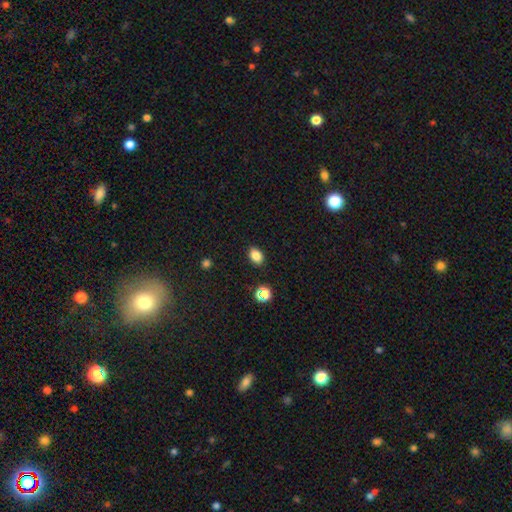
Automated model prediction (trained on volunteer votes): This is clearly a smooth galaxy (83%). How rounded: likely in between (78%). Merging: clearly none (87%).